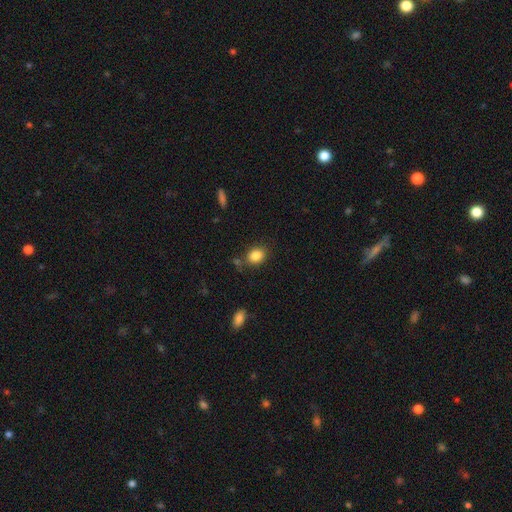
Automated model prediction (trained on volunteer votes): This appears to be a smooth galaxy with no disk features (85%) that is in between round and cigar-shaped (62%). Merging: none (78%).